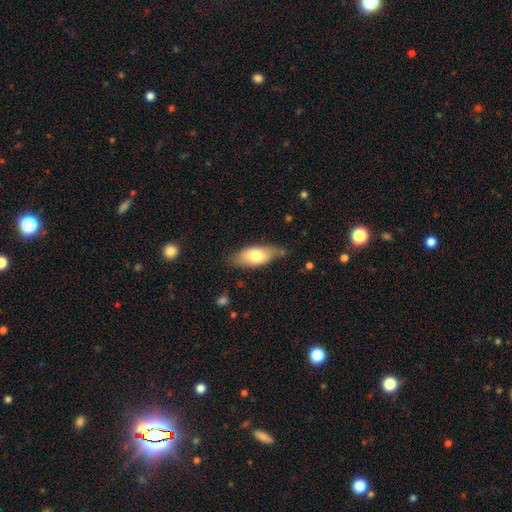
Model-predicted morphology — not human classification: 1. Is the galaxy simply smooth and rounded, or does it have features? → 71% smooth, 23% featured or disk, 6% star or artifact.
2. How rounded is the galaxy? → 85% in between, 12% cigar-shaped, 3% round.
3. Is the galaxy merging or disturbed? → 71% none, 22% minor disturbance, 4% major disturbance, 3% merger.